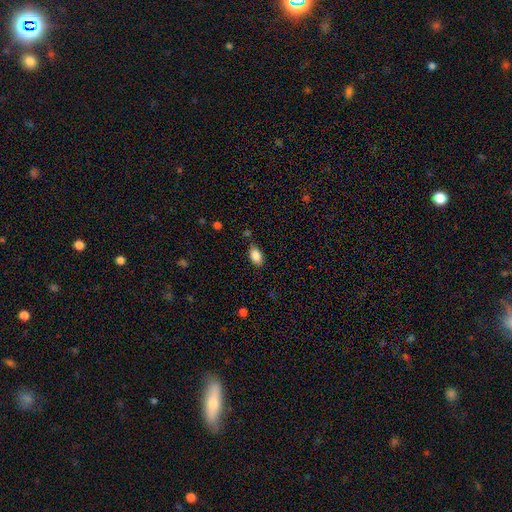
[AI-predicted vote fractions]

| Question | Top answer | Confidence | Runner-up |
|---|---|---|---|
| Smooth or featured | smooth | 87% | star or artifact (8%) |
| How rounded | in between | 91% | round (7%) |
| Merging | none | 76% | minor disturbance (17%) |